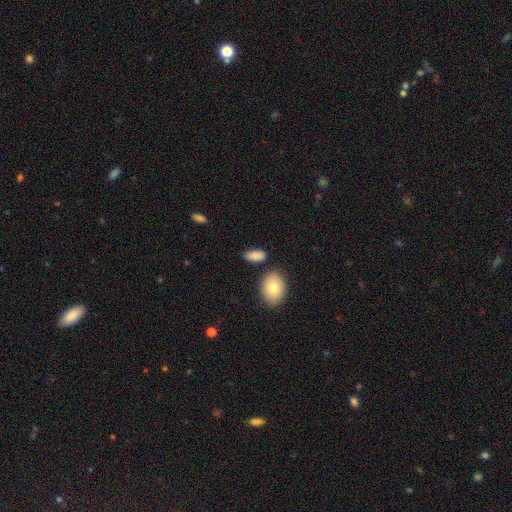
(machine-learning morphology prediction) Smooth or featured?
  - smooth: 88% *
  - star or artifact: 7%
  - featured or disk: 5%
How rounded?
  - in between: 90% *
  - round: 5%
  - cigar-shaped: 5%
Merging?
  - none: 78% *
  - minor disturbance: 12%
  - merger: 6%
  - major disturbance: 3%